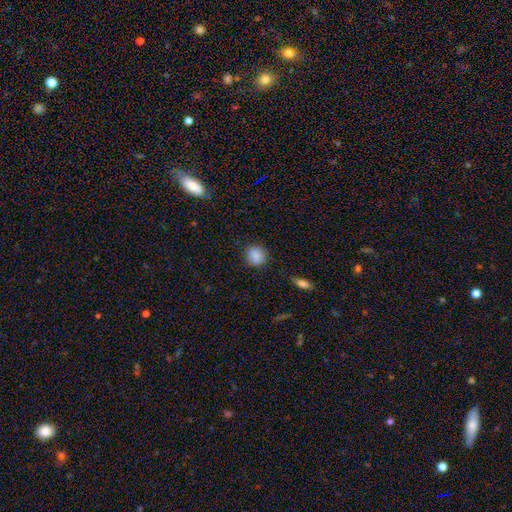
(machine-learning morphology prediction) smooth-or-featured: smooth: 86% | star or artifact: 9% | featured or disk: 5%
  how-rounded: round: 88% | in between: 11% | cigar-shaped: 1%
  merging: none: 86% | minor disturbance: 10% | major disturbance: 3% | merger: 1%